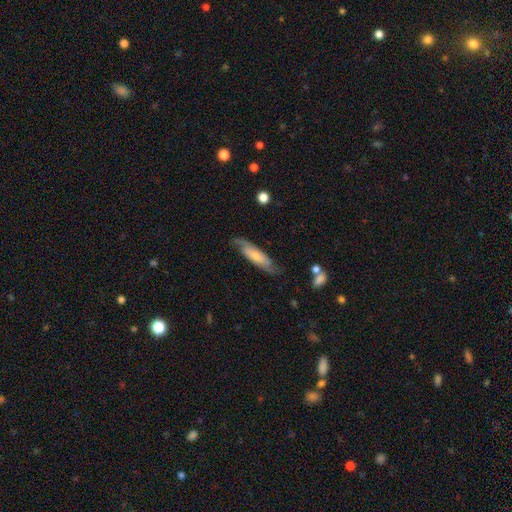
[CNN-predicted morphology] Q: Smooth or featured?
A: featured or disk (57%); runner-up: smooth (37%)
Q: Edge-on disk?
A: no (73%); runner-up: yes (27%)
Q: Merging?
A: none (72%); runner-up: minor disturbance (19%)